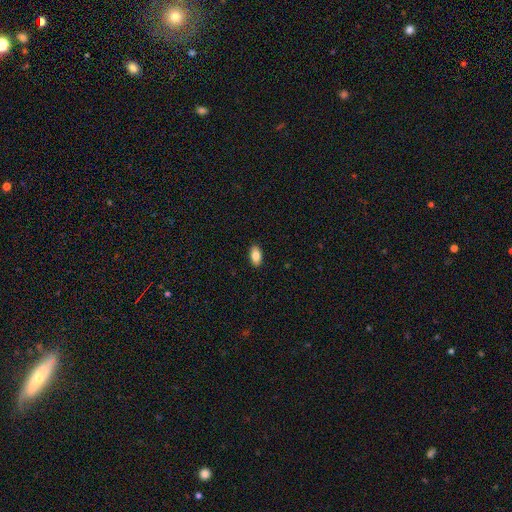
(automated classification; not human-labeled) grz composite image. It shows a smooth galaxy with no disk features (85%) that is in between round and cigar-shaped (93%). Merging: none (90%).